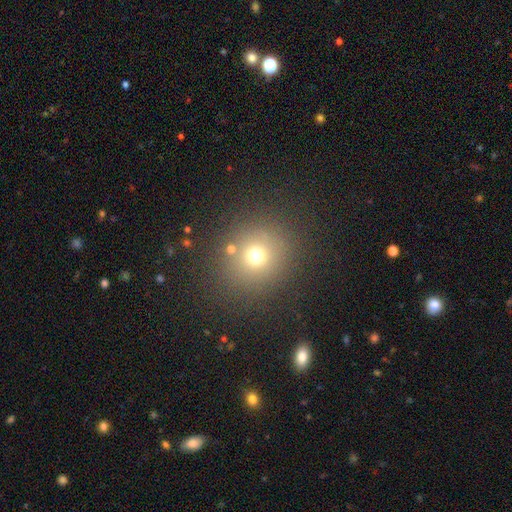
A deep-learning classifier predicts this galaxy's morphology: smooth_or_featured: smooth (p=0.69) [alt: star or artifact p=0.21]
how_rounded: round (p=0.89) [alt: in between p=0.10]
merging: none (p=0.83) [alt: minor disturbance p=0.08]